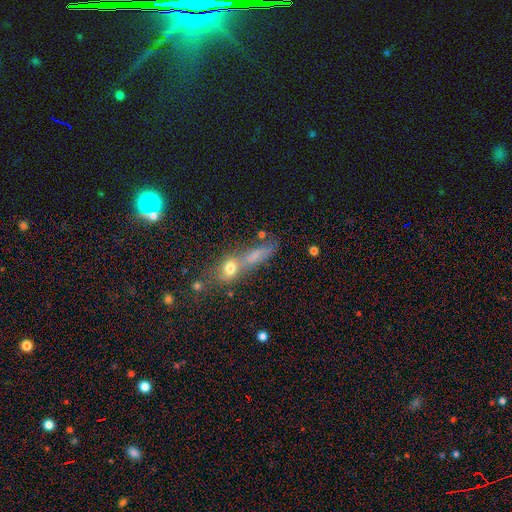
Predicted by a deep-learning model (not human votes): The model was most divided on "how rounded": in between: 45%, cigar-shaped: 39%, round: 16%. Remaining: smooth or featured — smooth (65%); merging — merger (45%).